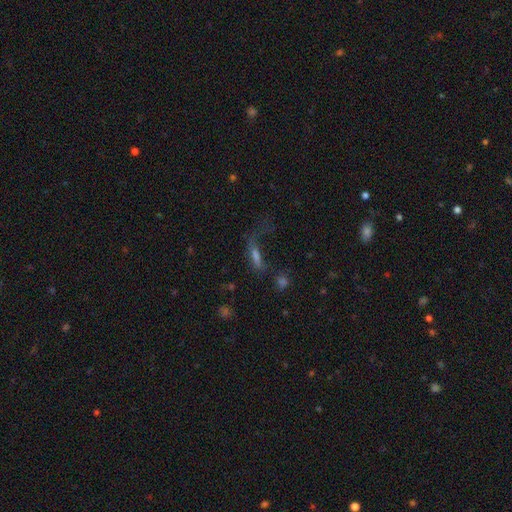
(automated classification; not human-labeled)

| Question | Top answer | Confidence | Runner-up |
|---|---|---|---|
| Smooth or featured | smooth | 49% | featured or disk (31%) |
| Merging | major disturbance | 46% | none (30%) |